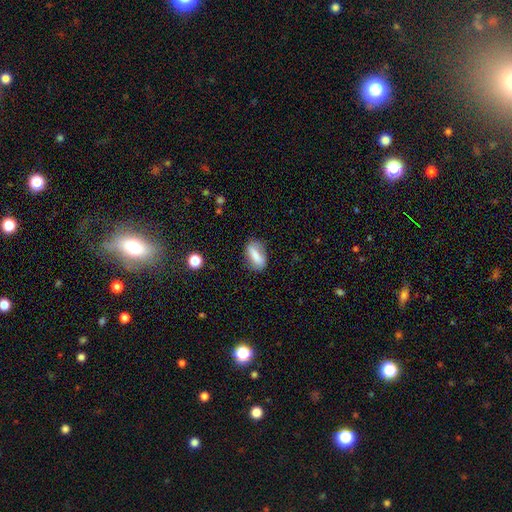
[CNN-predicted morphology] smooth_or_featured: smooth (p=0.71) [alt: featured or disk p=0.21]
how_rounded: in between (p=0.76) [alt: cigar-shaped p=0.19]
merging: none (p=0.78) [alt: minor disturbance p=0.16]